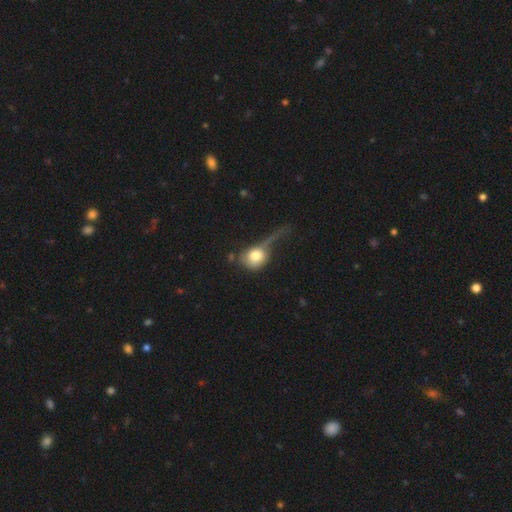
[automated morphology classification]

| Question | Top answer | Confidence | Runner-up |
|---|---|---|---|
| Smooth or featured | smooth | 70% | featured or disk (22%) |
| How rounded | round | 62% | in between (35%) |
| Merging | major disturbance | 53% | none (20%) |